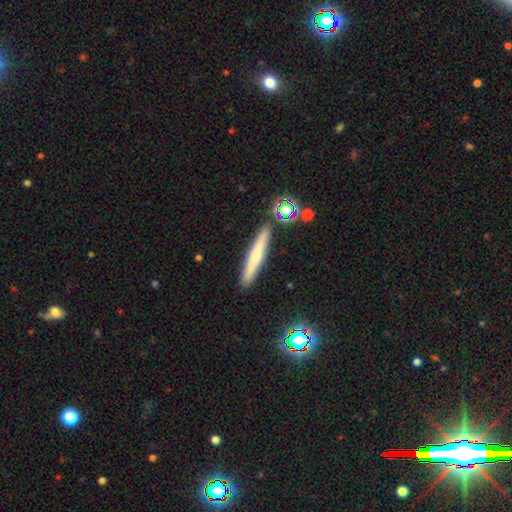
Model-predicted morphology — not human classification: Overall: smooth (56%; featured or disk 34%). How rounded: cigar-shaped (94%). Merging: none (88%).